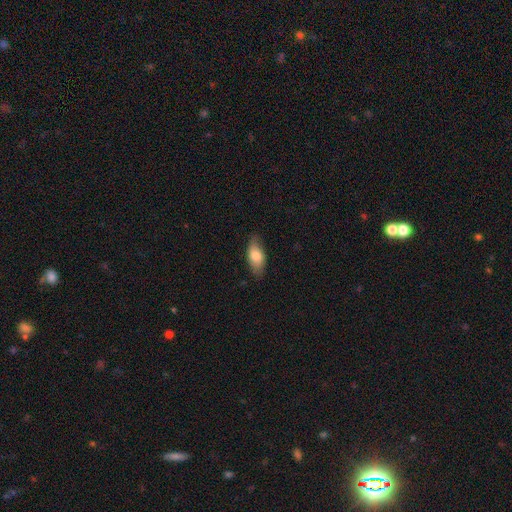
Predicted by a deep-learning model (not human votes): A smooth galaxy with no disk features (76%) that is in between round and cigar-shaped (88%). Merging: none (77%).